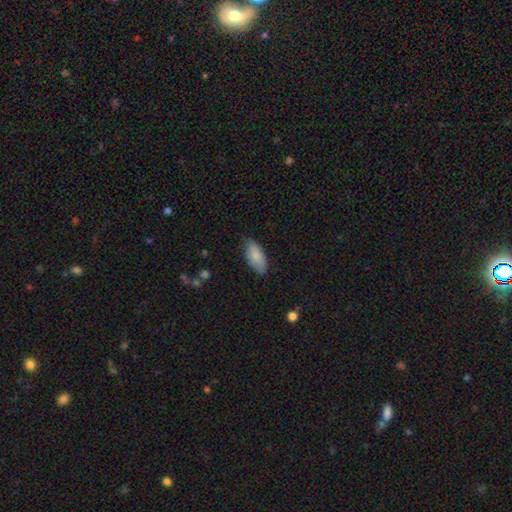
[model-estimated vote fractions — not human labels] This appears to be a smooth galaxy with no disk features (85%) that is in between round and cigar-shaped (91%). Merging: none (77%).